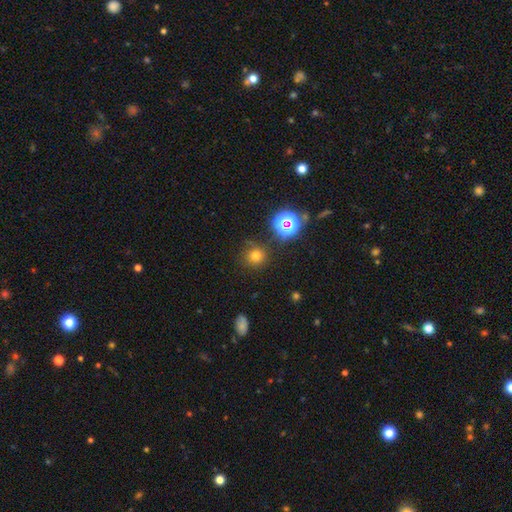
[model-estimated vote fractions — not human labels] This appears to be a smooth galaxy with no disk features (69%) that is round (92%). Merging: none (82%).